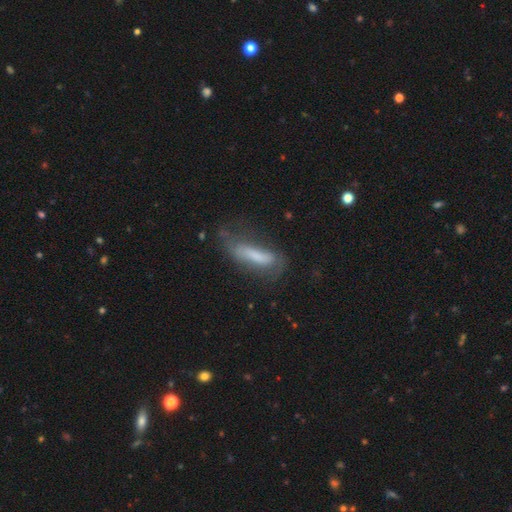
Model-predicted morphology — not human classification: This is possibly a smooth galaxy (57%). How rounded: likely cigar-shaped (62%). Merging: marginally none (42%).